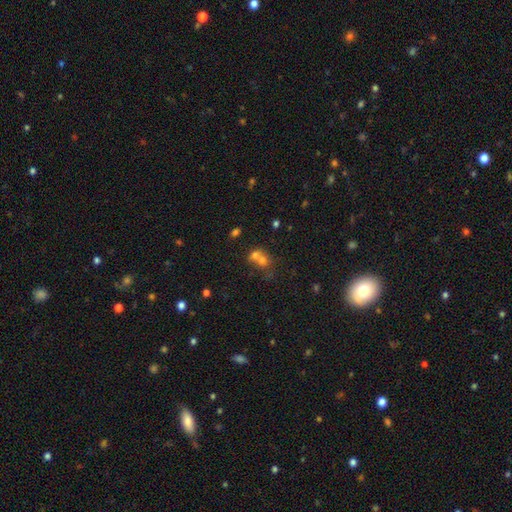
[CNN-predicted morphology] The model was most divided on "how rounded": round: 64%, in between: 34%, cigar-shaped: 1%. More confident: merging — merger (65%); smooth or featured — smooth (65%).